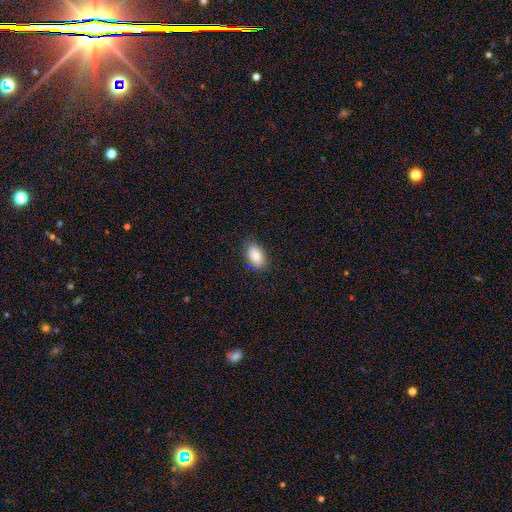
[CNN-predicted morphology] smooth-or-featured: smooth: 83% | featured or disk: 9% | star or artifact: 8%
  how-rounded: in between: 90% | round: 8% | cigar-shaped: 2%
  merging: none: 80% | minor disturbance: 15% | major disturbance: 3% | merger: 1%